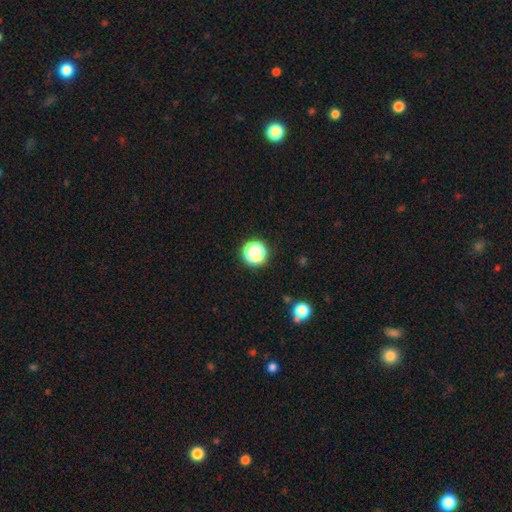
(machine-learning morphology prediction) type=smooth (61%); roundness=round (91%); merging=none (83%).